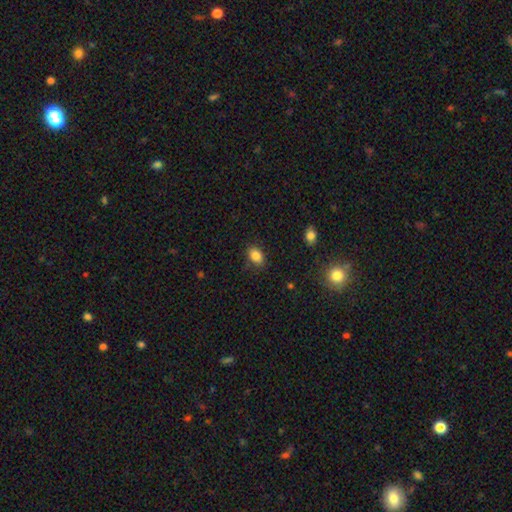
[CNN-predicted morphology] smooth-or-featured: smooth: 85% | star or artifact: 10% | featured or disk: 5%
  how-rounded: in between: 80% | round: 18% | cigar-shaped: 1%
  merging: none: 80% | minor disturbance: 15% | major disturbance: 3% | merger: 2%